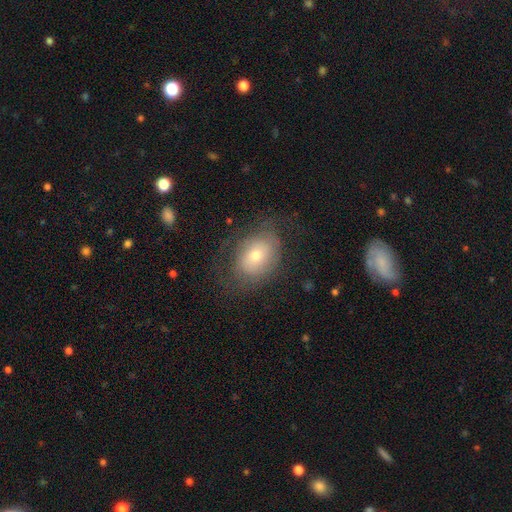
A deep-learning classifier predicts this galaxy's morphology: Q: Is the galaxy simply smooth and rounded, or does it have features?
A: smooth — 53%.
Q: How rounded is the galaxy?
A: in between — 66%.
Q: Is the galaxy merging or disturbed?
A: none — 60%.